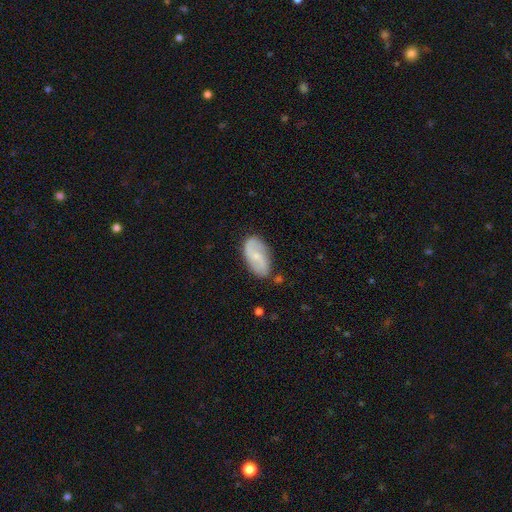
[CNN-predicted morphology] Smooth or featured: featured or disk — 62% (smooth — 32%)
Edge-on disk: no — 96% (yes — 4%)
Bar: weak — 46% (no — 42%)
Spiral arms: yes — 90% (no — 10%)
Spiral winding: loose — 49% (medium — 36%)
Spiral arm count: 2 — 86% (can't tell — 8%)
Bulge size: small — 64% (moderate — 23%)
Merging: none — 75% (minor disturbance — 18%)